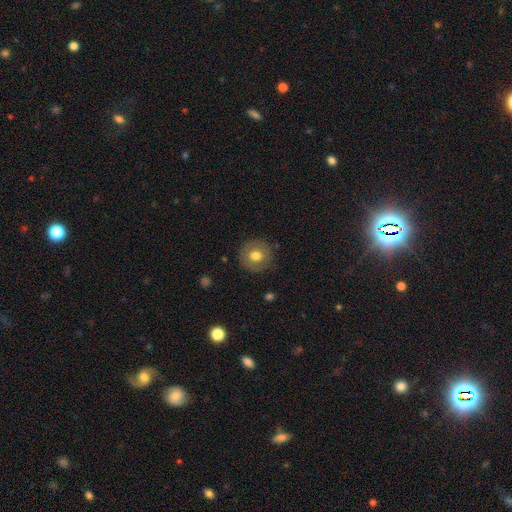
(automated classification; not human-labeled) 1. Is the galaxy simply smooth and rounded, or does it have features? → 72% smooth, 19% featured or disk, 9% star or artifact.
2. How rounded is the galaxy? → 93% round, 6% in between, 1% cigar-shaped.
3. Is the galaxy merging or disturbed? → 88% none, 8% minor disturbance, 3% major disturbance, 1% merger.